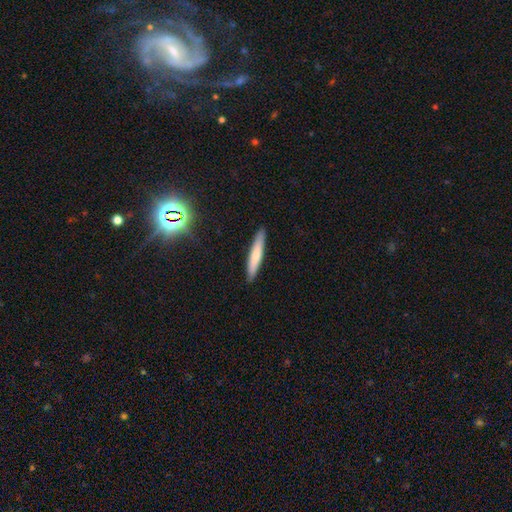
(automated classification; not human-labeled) smooth-or-featured: smooth: 66% | featured or disk: 27% | star or artifact: 6%
  how-rounded: cigar-shaped: 91% | in between: 7% | round: 1%
  merging: none: 90% | minor disturbance: 7% | major disturbance: 1% | merger: 1%